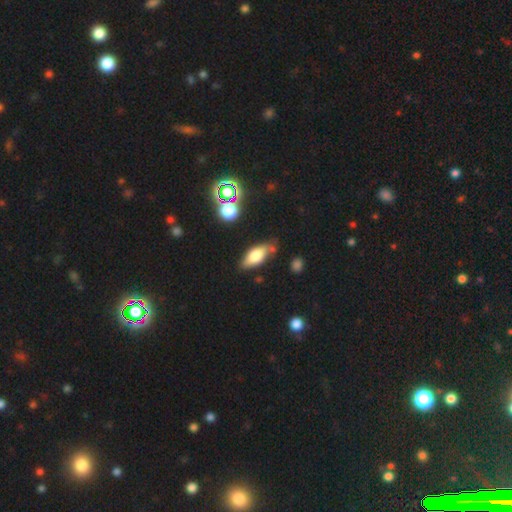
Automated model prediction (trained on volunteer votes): smooth_or_featured: smooth (p=0.65) [alt: featured or disk p=0.26]
how_rounded: in between (p=0.77) [alt: cigar-shaped p=0.20]
merging: none (p=0.72) [alt: minor disturbance p=0.19]